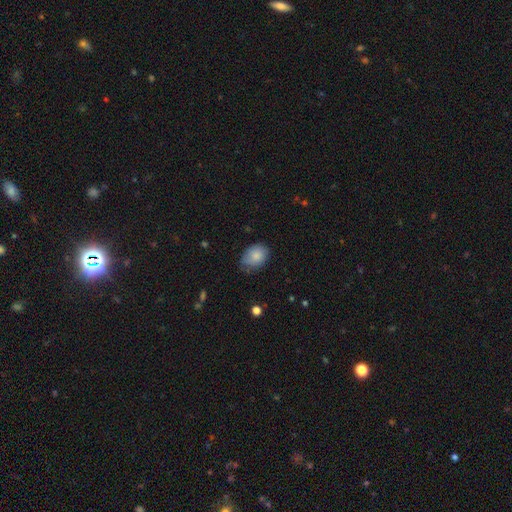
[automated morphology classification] Q: Smooth or featured?
A: smooth (84%); runner-up: featured or disk (9%)
Q: How rounded?
A: in between (74%); runner-up: round (25%)
Q: Merging?
A: none (65%); runner-up: minor disturbance (28%)